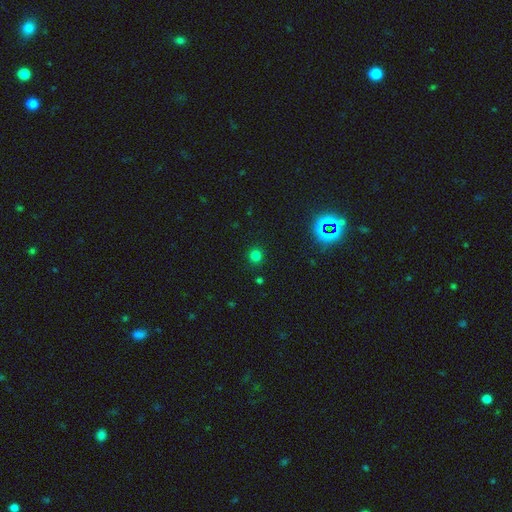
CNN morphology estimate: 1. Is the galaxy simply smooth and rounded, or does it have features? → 76% smooth, 19% star or artifact, 5% featured or disk.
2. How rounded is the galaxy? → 92% round, 7% in between, 1% cigar-shaped.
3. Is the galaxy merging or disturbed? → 90% none, 6% minor disturbance, 2% major disturbance, 2% merger.